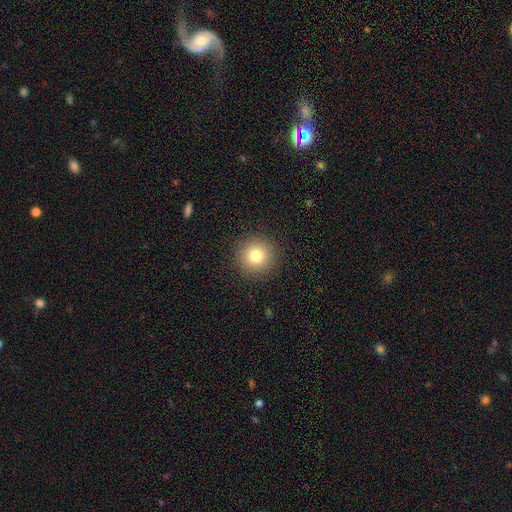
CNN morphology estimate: type=smooth (80%); roundness=round (95%); merging=none (91%).